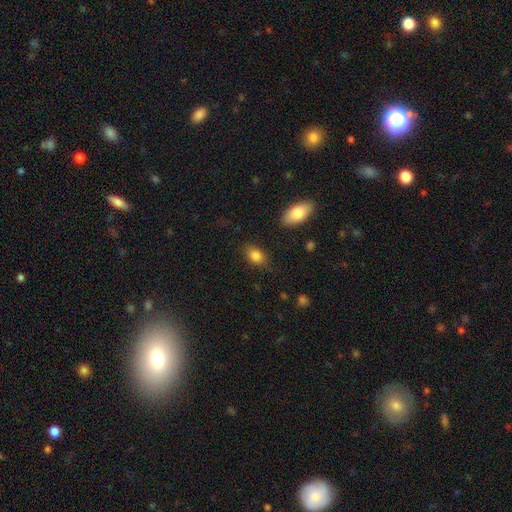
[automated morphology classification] Overall: smooth (84%). How rounded: in between (81%). Merging: none (80%).